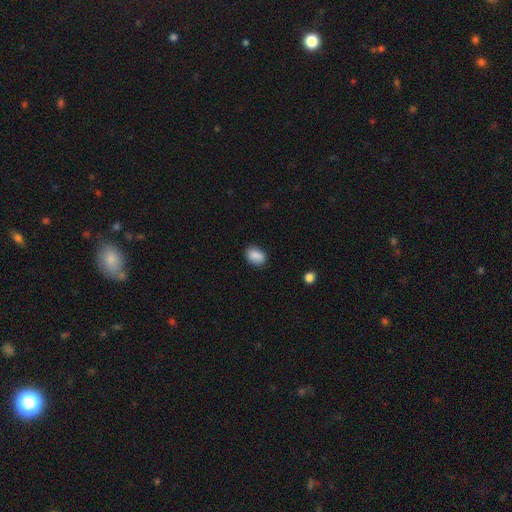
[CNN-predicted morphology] smooth_or_featured: smooth (p=0.89) [alt: star or artifact p=0.08]
how_rounded: in between (p=0.79) [alt: round p=0.20]
merging: none (p=0.86) [alt: minor disturbance p=0.11]